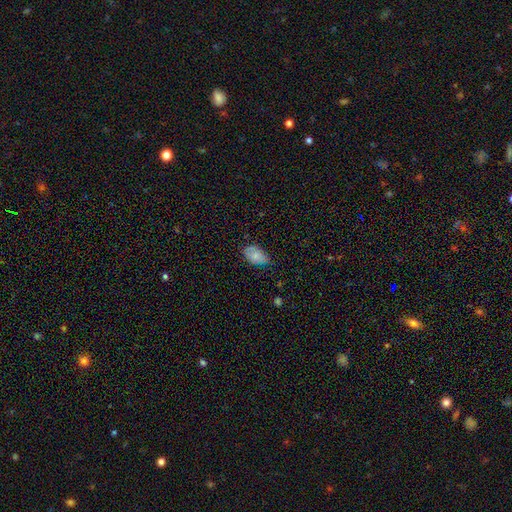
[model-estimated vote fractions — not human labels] Q: Smooth or featured?
A: smooth (80%); runner-up: featured or disk (12%)
Q: How rounded?
A: in between (91%); runner-up: round (8%)
Q: Merging?
A: none (68%); runner-up: minor disturbance (27%)